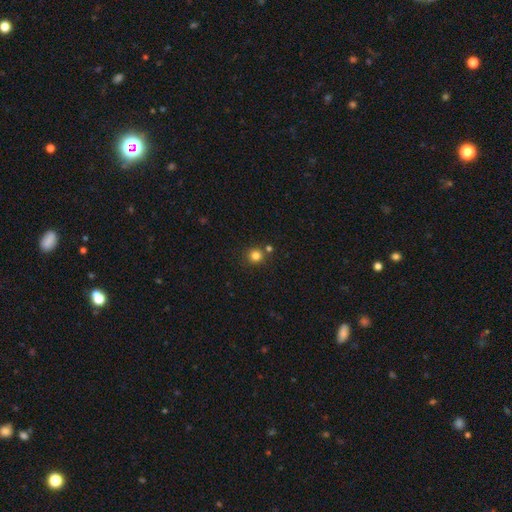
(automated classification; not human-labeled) The model was most divided on "merging": none: 78%, merger: 11%, minor disturbance: 8%, major disturbance: 3%. More confident: how rounded — round (92%); smooth or featured — smooth (82%).